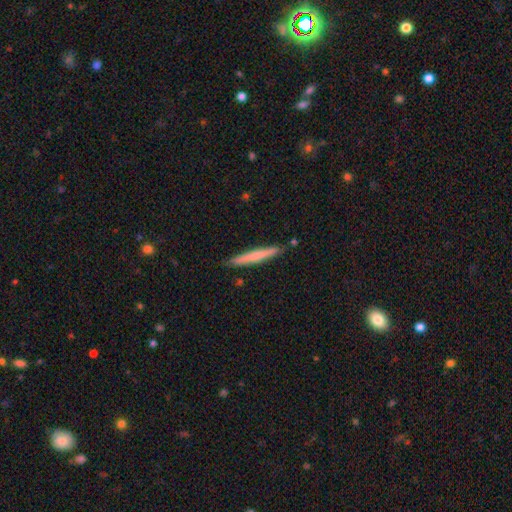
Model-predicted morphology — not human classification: Overall: smooth (62%; featured or disk 33%). How rounded: cigar-shaped (96%). Merging: none (88%).